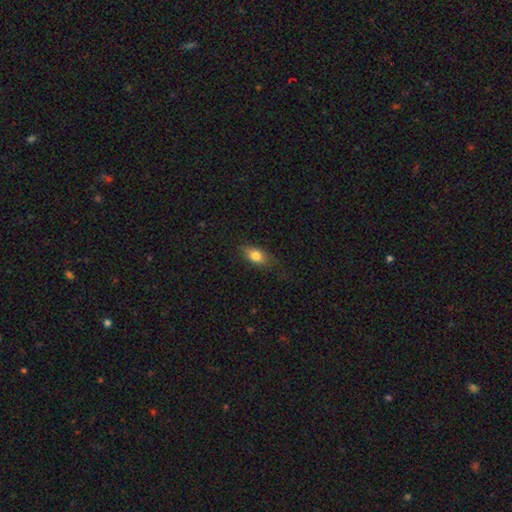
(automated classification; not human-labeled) This is likely a smooth galaxy (78%). How rounded: clearly in between (81%). Merging: likely none (74%).